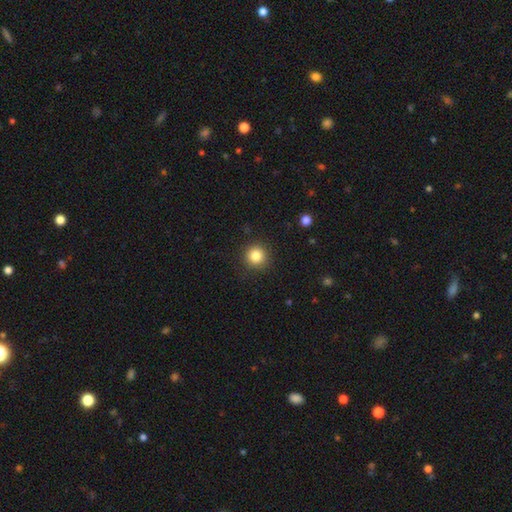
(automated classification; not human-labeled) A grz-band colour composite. It shows a smooth galaxy with no disk features (84%) that is round (94%). Merging: none (91%).